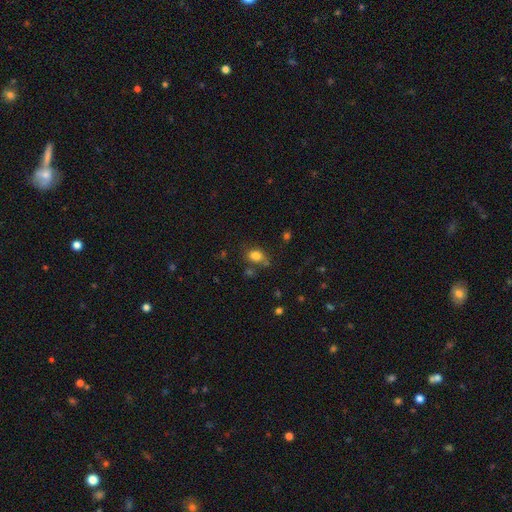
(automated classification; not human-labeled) This appears to be a smooth galaxy with no disk features (81%) that is in between round and cigar-shaped (55%). Merging: none (64%).